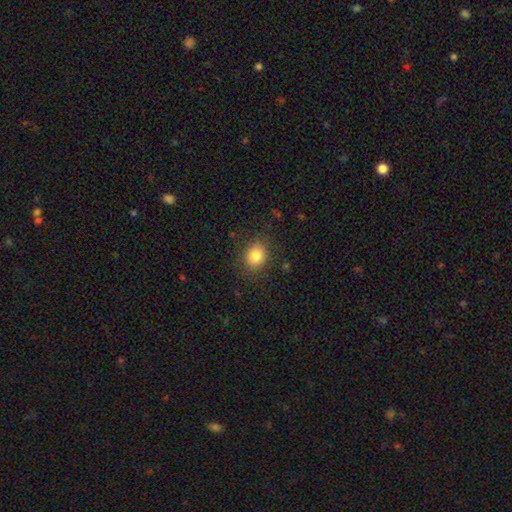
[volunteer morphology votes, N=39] smooth 90%, featured or disk 8%, star or artifact 3%. Down the decision tree: how rounded — in between (51%); merging — none (84%).